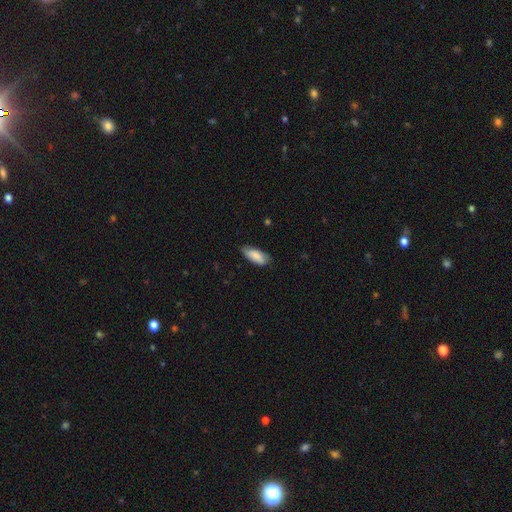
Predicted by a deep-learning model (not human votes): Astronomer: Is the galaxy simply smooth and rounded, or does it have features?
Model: smooth — 83%.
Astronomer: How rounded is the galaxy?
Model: in between — 80%.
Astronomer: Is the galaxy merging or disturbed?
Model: none — 73%.